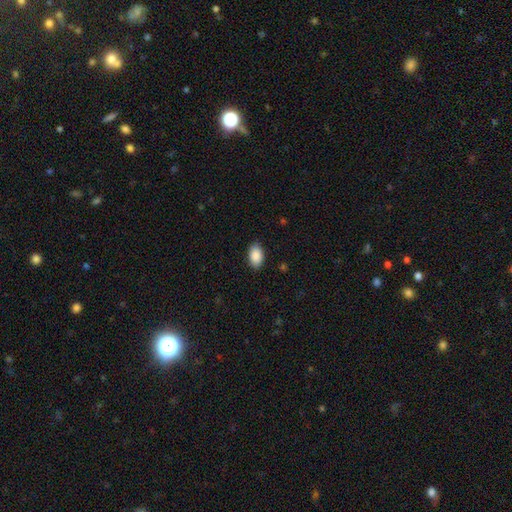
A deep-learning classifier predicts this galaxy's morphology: smooth-or-featured: smooth: 90% | star or artifact: 6% | featured or disk: 4%
  how-rounded: in between: 93% | round: 6% | cigar-shaped: 1%
  merging: none: 87% | minor disturbance: 10% | major disturbance: 2% | merger: 1%